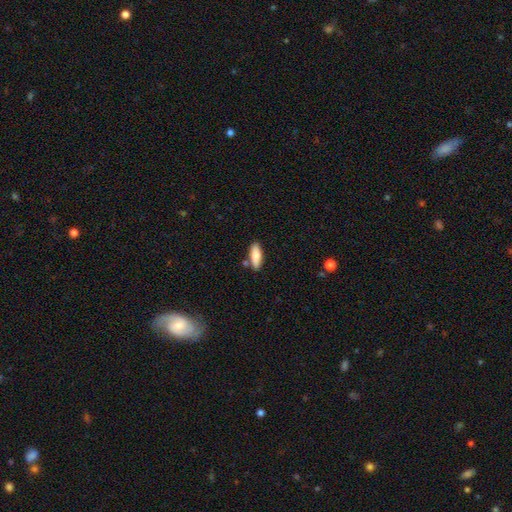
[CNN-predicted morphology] Q: Smooth or featured?
A: smooth (79%); runner-up: featured or disk (15%)
Q: How rounded?
A: in between (64%); runner-up: cigar-shaped (34%)
Q: Merging?
A: none (79%); runner-up: minor disturbance (12%)